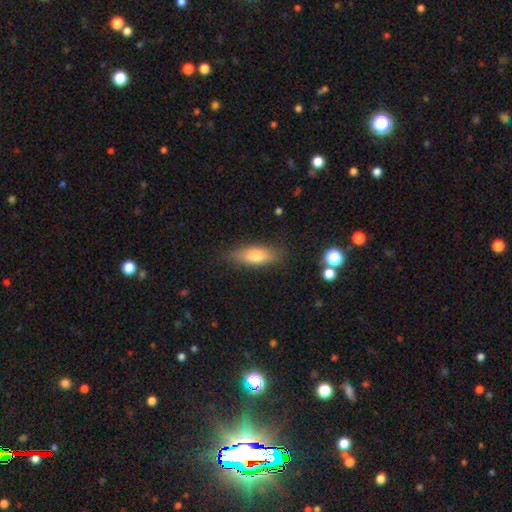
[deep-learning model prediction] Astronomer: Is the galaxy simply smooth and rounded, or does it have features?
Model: smooth — 71%.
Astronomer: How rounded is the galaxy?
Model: in between — 60% (runner-up: cigar-shaped, 37%).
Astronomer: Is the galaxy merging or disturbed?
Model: none — 82%.